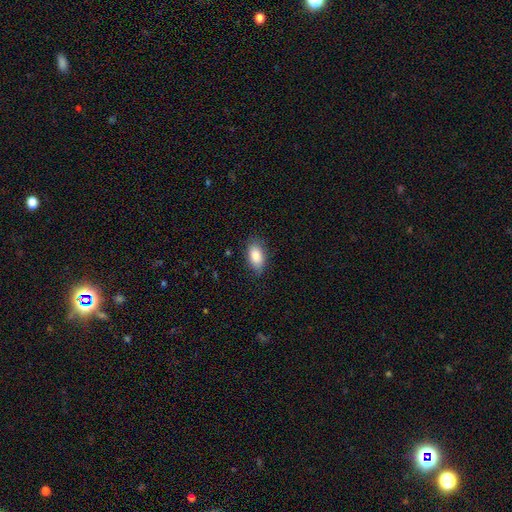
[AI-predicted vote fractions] Overall: smooth (84%). How rounded: in between (91%). Merging: none (76%).